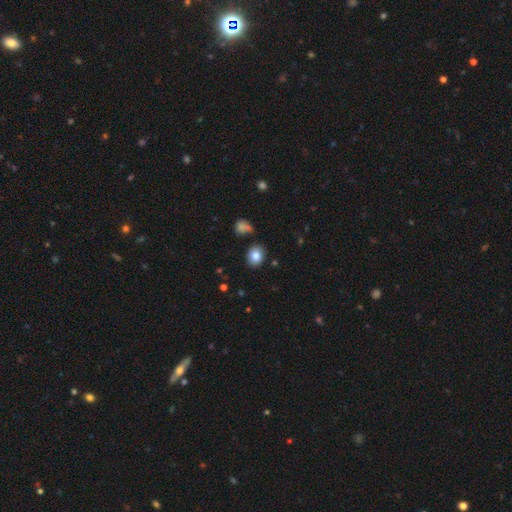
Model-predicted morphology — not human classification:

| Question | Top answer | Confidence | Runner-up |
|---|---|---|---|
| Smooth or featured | smooth | 83% | star or artifact (9%) |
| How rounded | round | 50% | in between (49%) |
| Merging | none | 83% | minor disturbance (11%) |